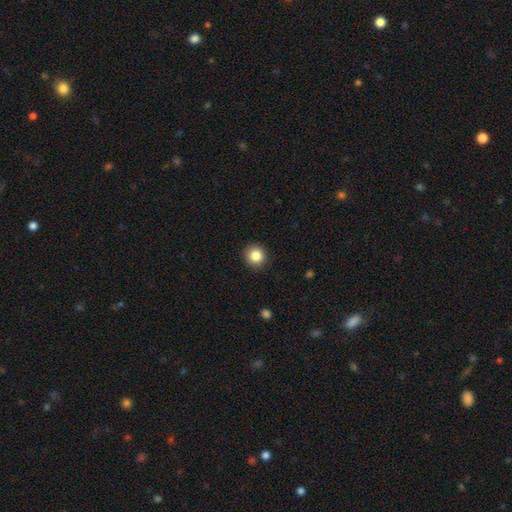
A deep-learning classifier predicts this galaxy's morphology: A smooth galaxy with no disk features (85%) that is round (90%).

Vote fractions:
- Smooth or featured? smooth: 85% / star or artifact: 10% / featured or disk: 5%
- How rounded? round: 90% / in between: 9% / cigar-shaped: 1%
- Merging? none: 91% / minor disturbance: 7% / major disturbance: 2% / merger: 1%